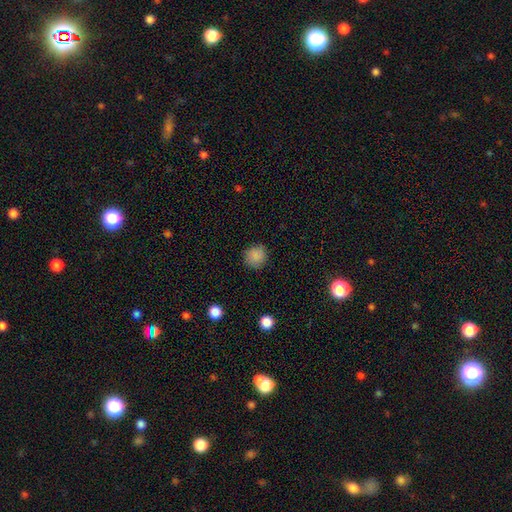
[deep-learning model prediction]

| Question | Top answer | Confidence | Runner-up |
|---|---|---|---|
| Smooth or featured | smooth | 86% | star or artifact (10%) |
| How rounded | round | 89% | in between (10%) |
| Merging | none | 87% | minor disturbance (10%) |